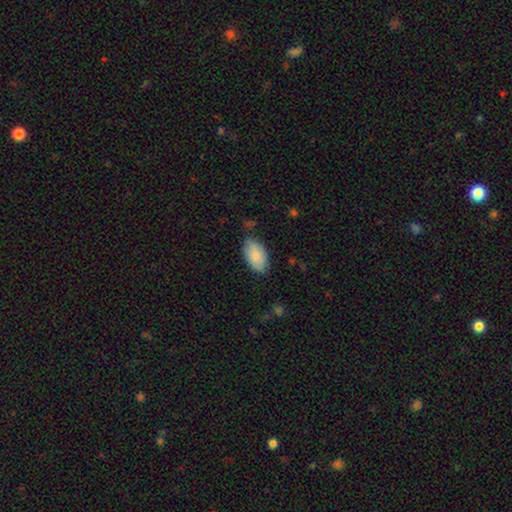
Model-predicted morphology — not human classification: Smooth or featured: smooth — 85% (featured or disk — 9%)
How rounded: in between — 95% (round — 3%)
Merging: none — 79% (minor disturbance — 17%)